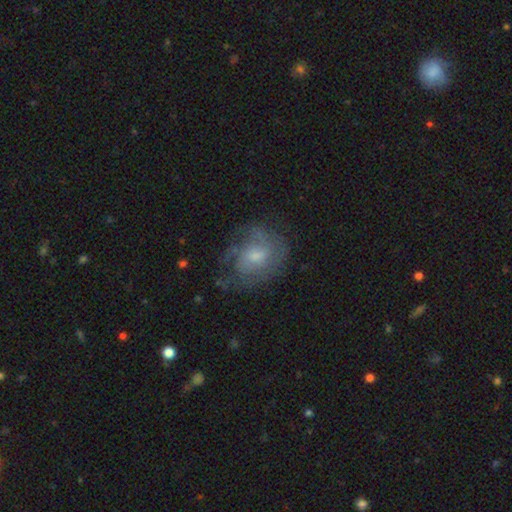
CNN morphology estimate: This appears to be a featured or disk galaxy (58%) with no bar (66%), spiral arms (70%) and a moderate central bulge (45%). Merging: none (55%).